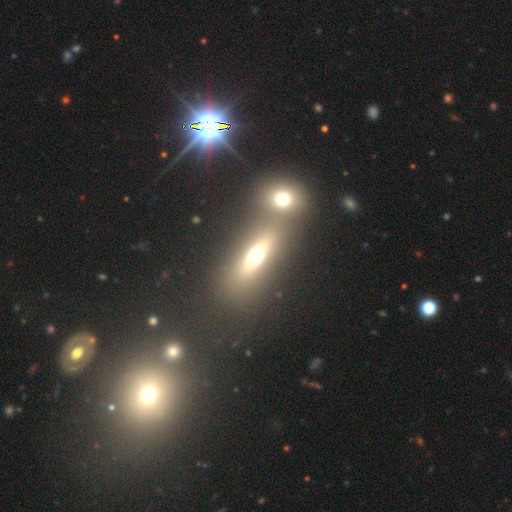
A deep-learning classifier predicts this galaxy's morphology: smooth 41%, star or artifact 38%, featured or disk 20%. Down the decision tree: merging — none (51%).